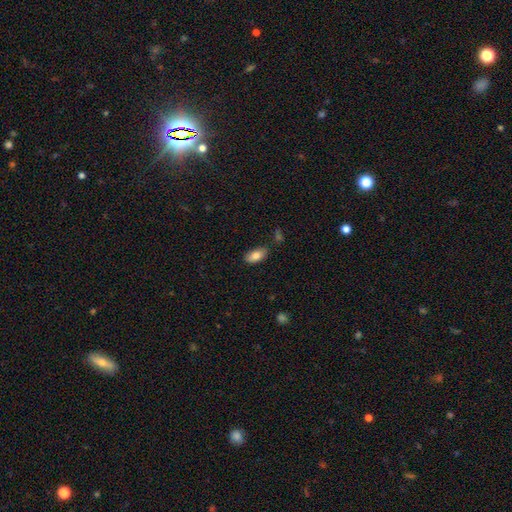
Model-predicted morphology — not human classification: Smooth or featured: smooth — 83% (featured or disk — 10%)
How rounded: in between — 92% (cigar-shaped — 5%)
Merging: none — 79% (minor disturbance — 15%)